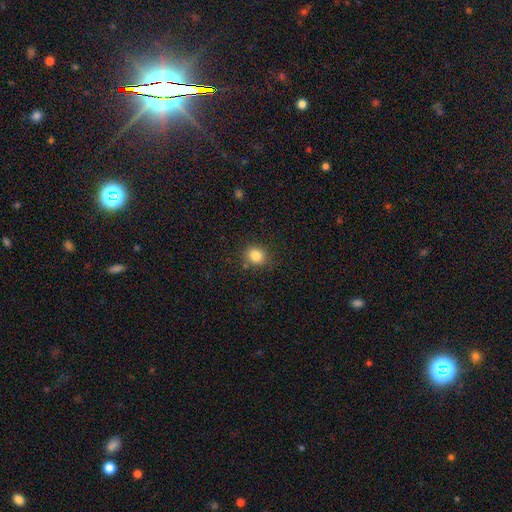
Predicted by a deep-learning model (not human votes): Smooth or featured?
  - smooth: 84% *
  - star or artifact: 11%
  - featured or disk: 5%
How rounded?
  - round: 69% *
  - in between: 30%
  - cigar-shaped: 1%
Merging?
  - none: 81% *
  - minor disturbance: 12%
  - major disturbance: 4%
  - merger: 3%